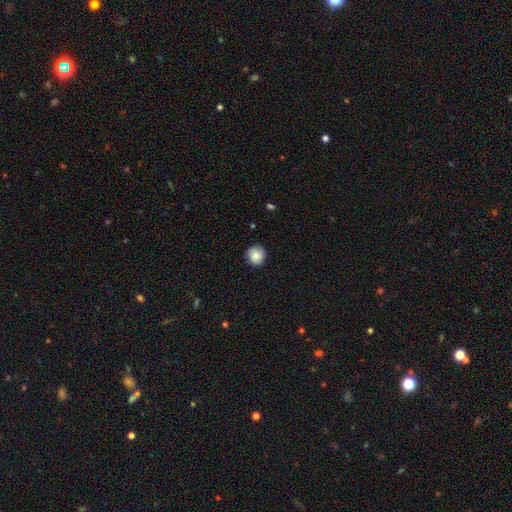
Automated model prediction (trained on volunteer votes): Overall: smooth (82%). How rounded: round (91%). Merging: none (85%).